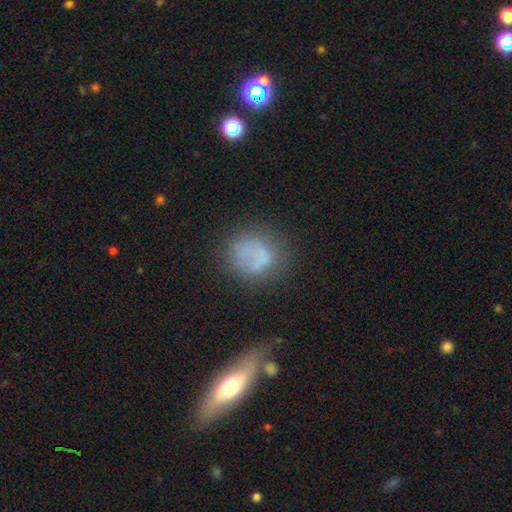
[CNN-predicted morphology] Smooth or featured: smooth — 63% (featured or disk — 23%)
How rounded: round — 80% (in between — 18%)
Merging: none — 54% (minor disturbance — 21%)